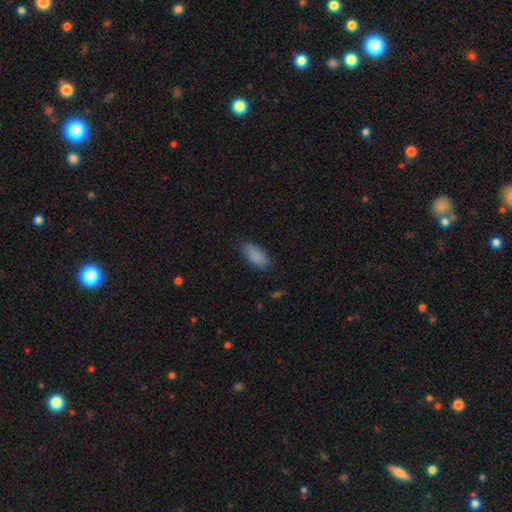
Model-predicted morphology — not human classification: type=smooth (88%); roundness=in between (90%); merging=none (81%).